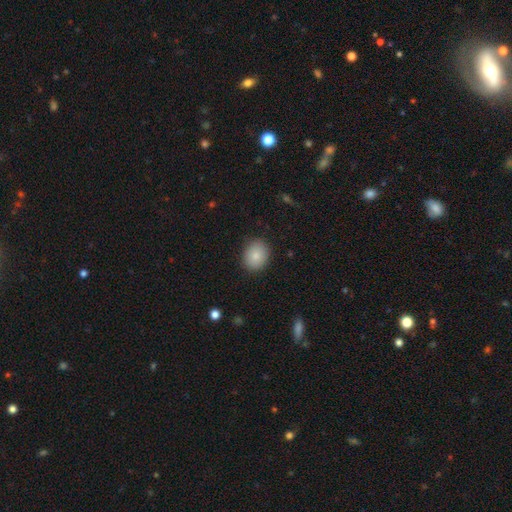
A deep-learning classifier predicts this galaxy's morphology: This is clearly a smooth galaxy (86%). How rounded: possibly round (52%). Merging: clearly none (86%).